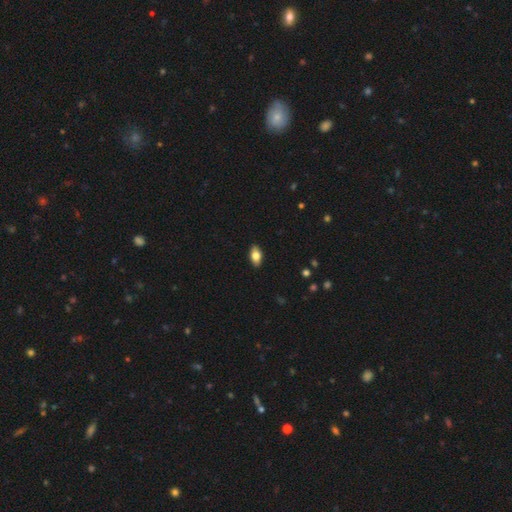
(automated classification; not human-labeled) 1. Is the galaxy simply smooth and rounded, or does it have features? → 74% smooth, 19% featured or disk, 7% star or artifact.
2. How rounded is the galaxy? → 89% in between, 6% cigar-shaped, 4% round.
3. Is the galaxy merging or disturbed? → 90% none, 8% minor disturbance, 2% major disturbance, 1% merger.